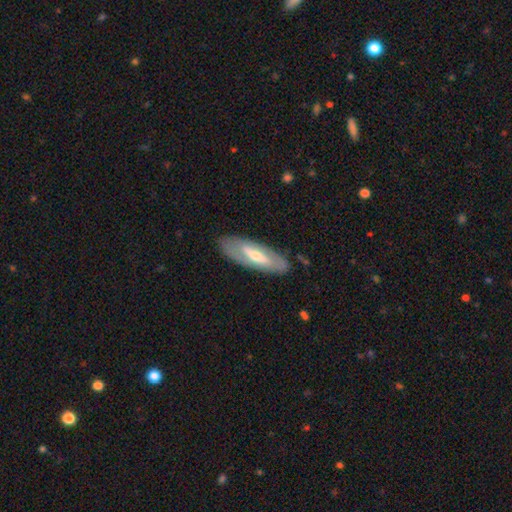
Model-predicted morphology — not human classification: smooth-or-featured: featured or disk: 59% | smooth: 35% | star or artifact: 6%
  disk-edge-on: no: 69% | yes: 31%
  merging: none: 84% | minor disturbance: 11% | major disturbance: 3% | merger: 1%